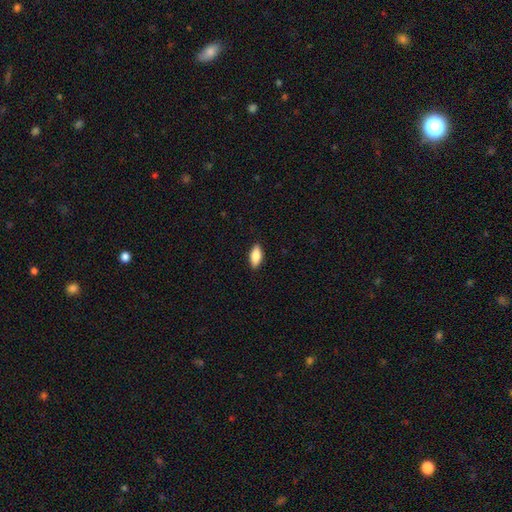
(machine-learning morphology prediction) This appears to be a smooth galaxy with no disk features (83%) that is in between round and cigar-shaped (84%). Merging: none (89%).